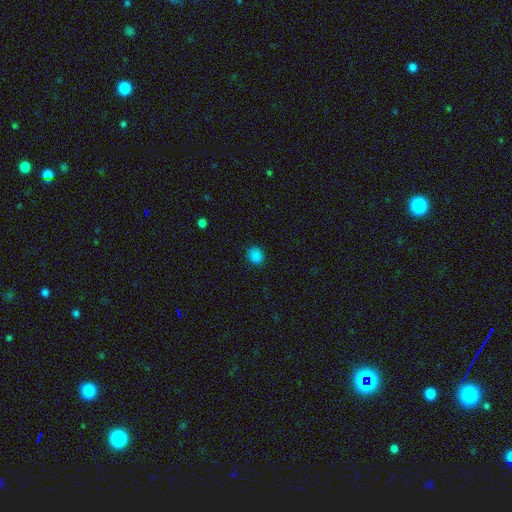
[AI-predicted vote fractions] The model was most divided on "how rounded": round: 71%, in between: 28%, cigar-shaped: 1%. More confident: merging — none (88%); smooth or featured — smooth (84%).